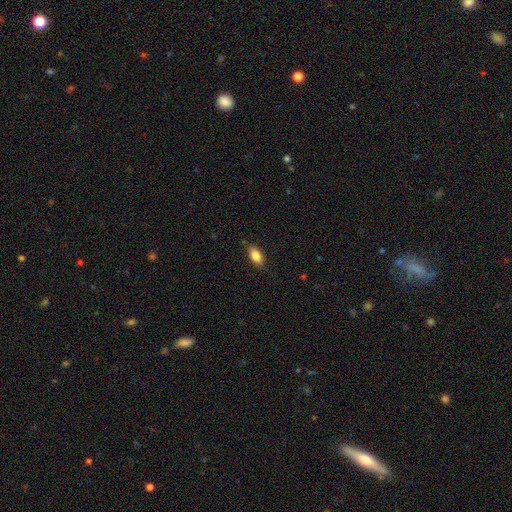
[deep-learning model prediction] Smooth or featured?
  - smooth: 84% *
  - featured or disk: 9%
  - star or artifact: 8%
How rounded?
  - in between: 89% *
  - cigar-shaped: 6%
  - round: 5%
Merging?
  - none: 82% *
  - minor disturbance: 14%
  - major disturbance: 3%
  - merger: 1%